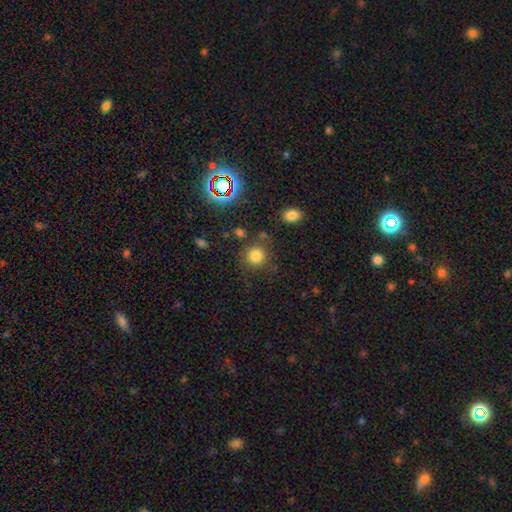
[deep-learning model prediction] Smooth or featured? smooth (78%)
How rounded? round (90%)
Merging? none (78%)